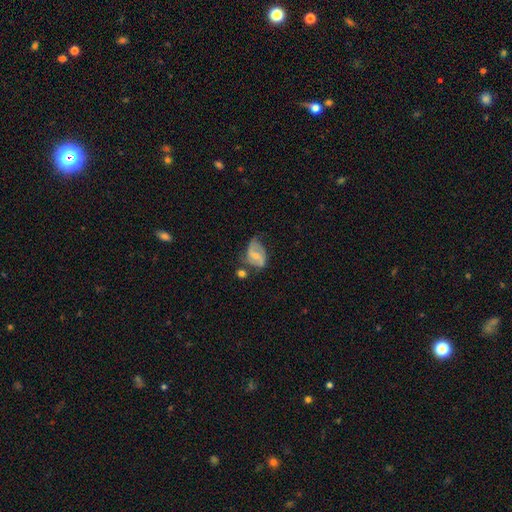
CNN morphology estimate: This appears to be a featured or disk galaxy (63%) with a weak bar (49%), 2 (77%) medium (43%) spiral arms (82%) and a small central bulge (49%). Merging: none (42%).